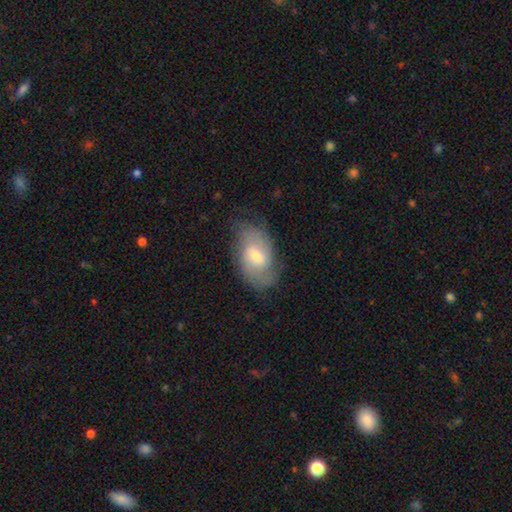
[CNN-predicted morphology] This appears to be a featured or disk galaxy (57%) with a weak bar (49%), spiral arms (82%) and a small central bulge (48%). Merging: none (67%).